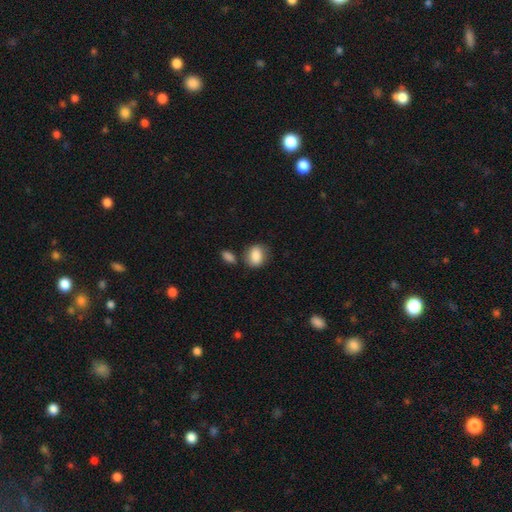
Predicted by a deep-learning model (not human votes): Smooth or featured?
  - smooth: 86% *
  - star or artifact: 7%
  - featured or disk: 7%
How rounded?
  - in between: 62% *
  - round: 36%
  - cigar-shaped: 2%
Merging?
  - none: 65% *
  - minor disturbance: 18%
  - merger: 12%
  - major disturbance: 5%